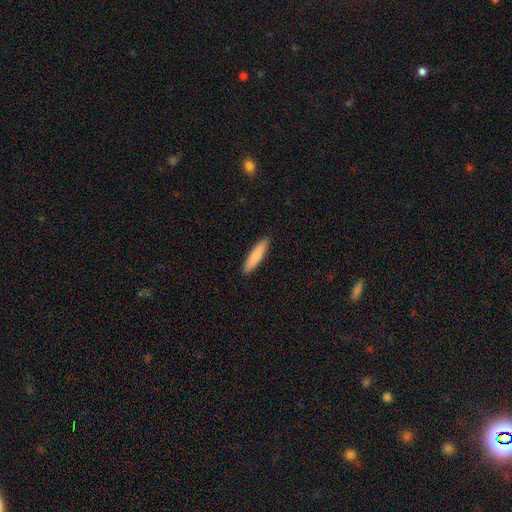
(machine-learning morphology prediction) Overall: smooth (84%). How rounded: cigar-shaped (87%). Merging: none (92%).